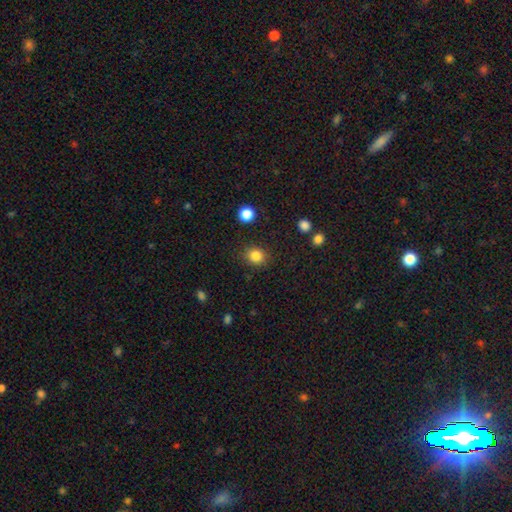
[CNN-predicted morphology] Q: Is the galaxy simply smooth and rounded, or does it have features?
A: smooth — 84%.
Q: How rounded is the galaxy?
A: round — 75%.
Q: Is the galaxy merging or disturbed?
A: none — 88%.